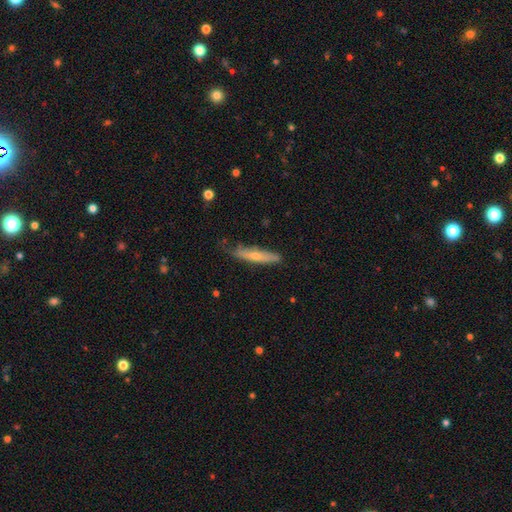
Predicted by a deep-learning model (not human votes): Morphology: type=smooth (48%); merging=none (75%).